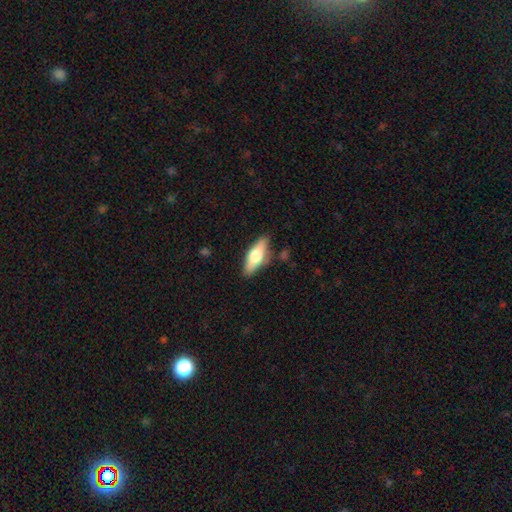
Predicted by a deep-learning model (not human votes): A smooth galaxy with no disk features (55%) that is in between round and cigar-shaped (60%). Merging: none (82%).